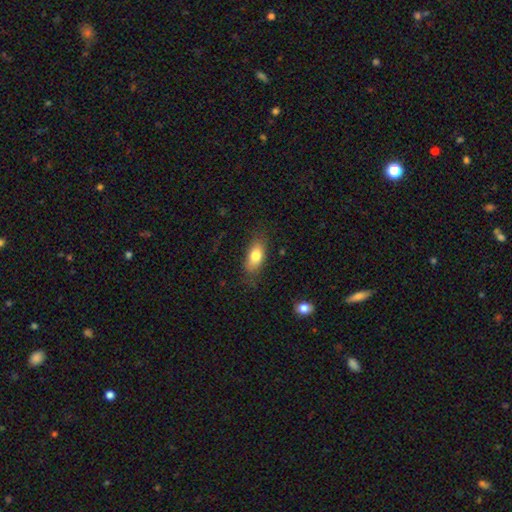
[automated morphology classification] Smooth or featured: smooth — 78% (featured or disk — 15%)
How rounded: in between — 85% (cigar-shaped — 9%)
Merging: none — 77% (minor disturbance — 17%)